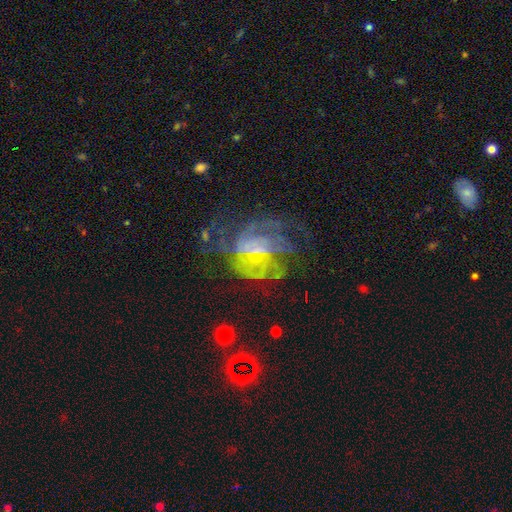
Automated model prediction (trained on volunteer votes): Smooth or featured? Predicted: featured or disk (p=0.68). Edge-on disk? Predicted: no (p=0.97). Bar? Predicted: weak (p=0.43, tied with no). Spiral arms? Predicted: yes (p=0.85). Spiral winding? Predicted: tight (p=0.51). Spiral arm count? Predicted: can't tell (p=0.46). Bulge size? Predicted: small (p=0.51). Merging? Predicted: none (p=0.63).